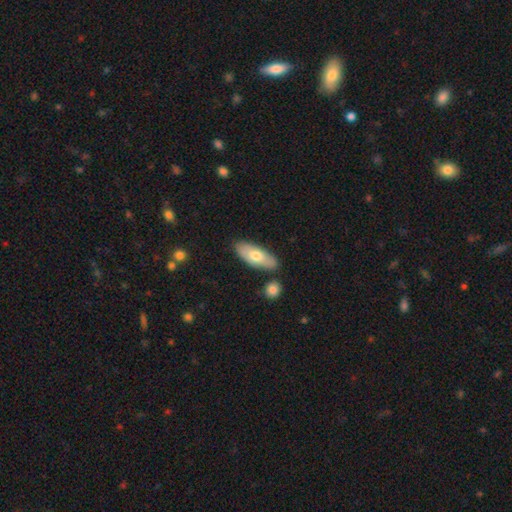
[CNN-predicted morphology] This is likely a smooth galaxy (66%). How rounded: likely in between (78%). Merging: likely none (79%).